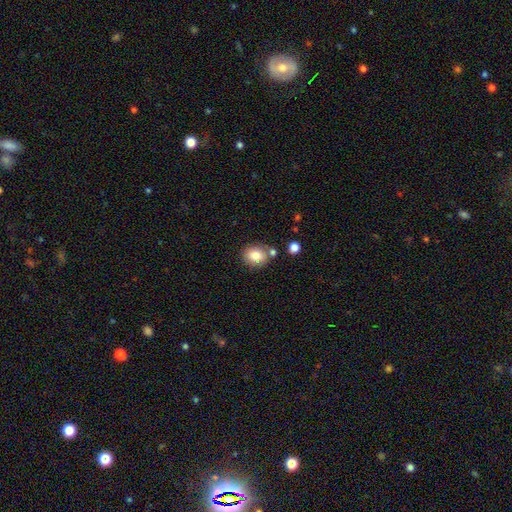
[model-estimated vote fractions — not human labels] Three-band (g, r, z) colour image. It shows a smooth galaxy with no disk features (80%) that is round (66%). Merging: none (70%).